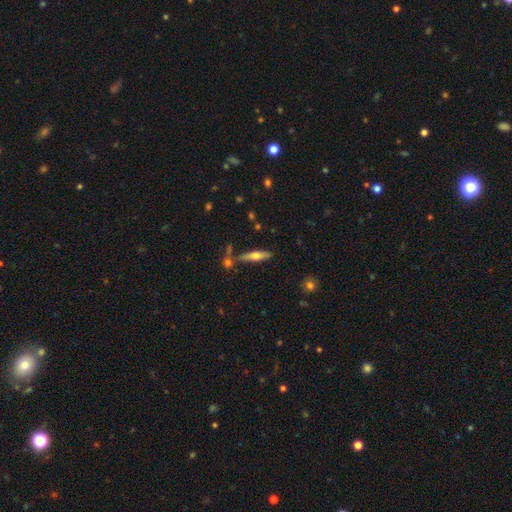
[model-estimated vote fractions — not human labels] featured or disk 48%, smooth 45%, star or artifact 7%. Down the decision tree: merging — none (71%).